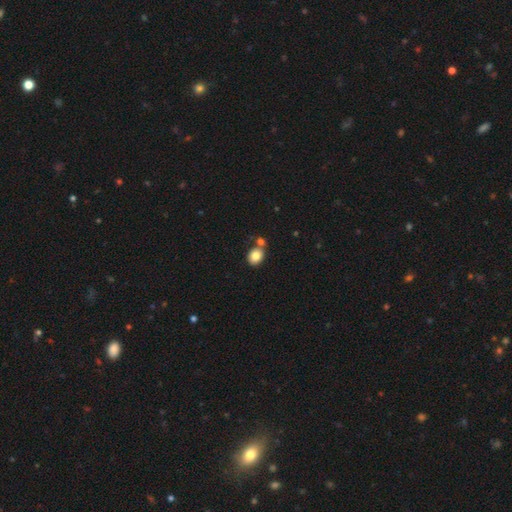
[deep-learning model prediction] Smooth or featured? smooth (82%)
How rounded? round (55%)
Merging? none (58%)